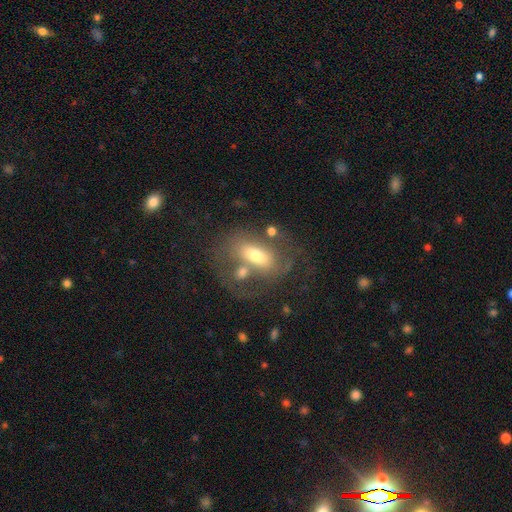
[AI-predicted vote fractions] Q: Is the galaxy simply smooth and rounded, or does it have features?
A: featured or disk — 48%.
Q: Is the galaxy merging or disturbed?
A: none — 38%.